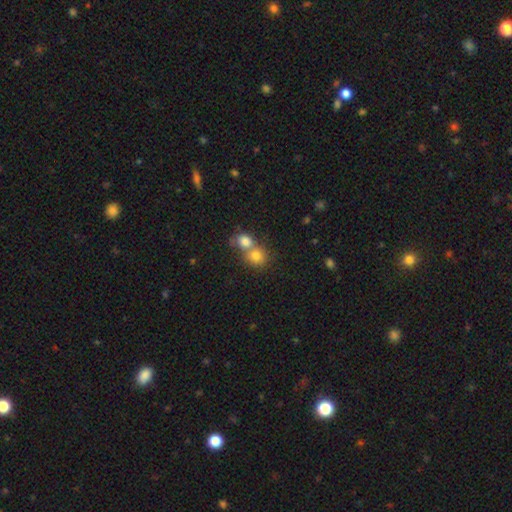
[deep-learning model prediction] Smooth or featured: smooth — 79% (star or artifact — 10%)
How rounded: round — 75% (in between — 24%)
Merging: merger — 62% (none — 30%)